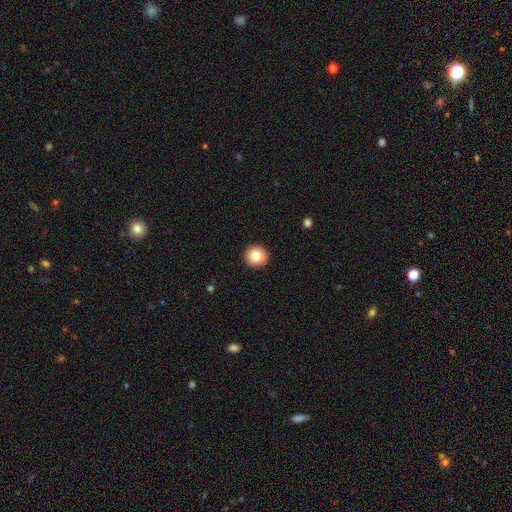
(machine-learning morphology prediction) smooth_or_featured: smooth (p=0.82) [alt: star or artifact p=0.09]
how_rounded: round (p=0.95) [alt: in between p=0.04]
merging: none (p=0.93) [alt: minor disturbance p=0.04]